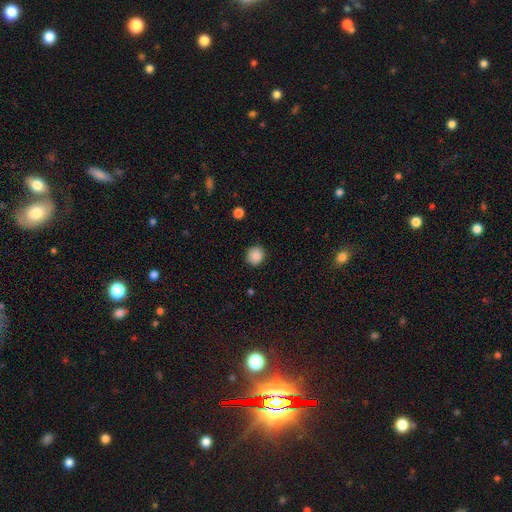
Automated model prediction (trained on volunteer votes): Smooth or featured: smooth — 87% (star or artifact — 9%)
How rounded: round — 89% (in between — 10%)
Merging: none — 87% (minor disturbance — 9%)